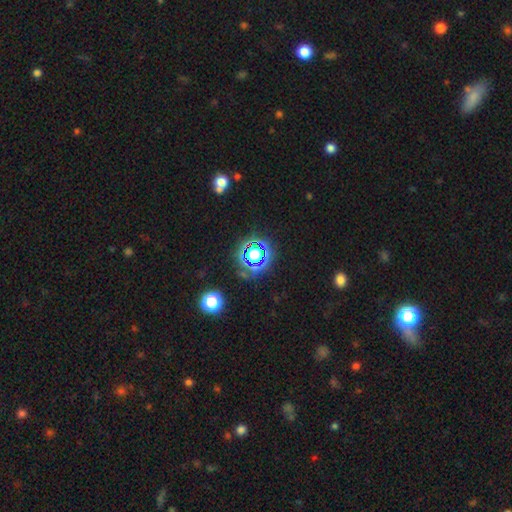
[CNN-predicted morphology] Smooth or featured?
  - star or artifact: 73% *
  - smooth: 19%
  - featured or disk: 8%